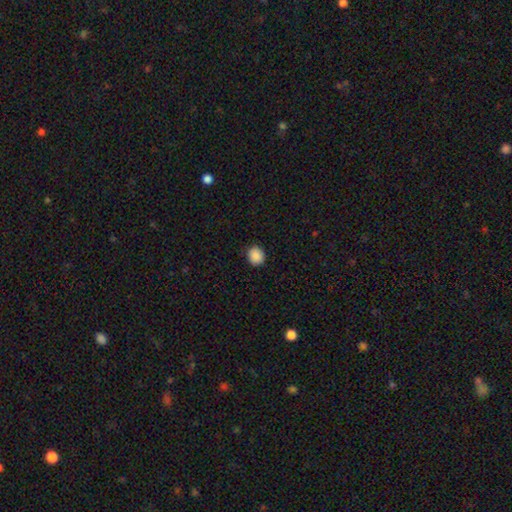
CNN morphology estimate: Smooth or featured: smooth — 89% (star or artifact — 9%)
How rounded: round — 79% (in between — 21%)
Merging: none — 90% (minor disturbance — 7%)